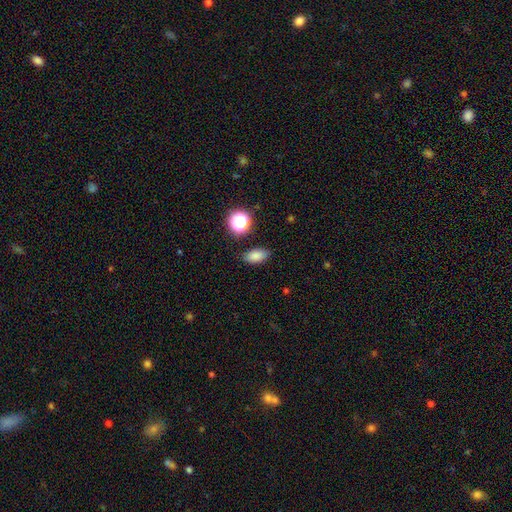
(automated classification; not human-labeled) A smooth galaxy with no disk features (81%) that is in between round and cigar-shaped (87%).

Vote fractions:
- Smooth or featured? smooth: 81% / star or artifact: 13% / featured or disk: 6%
- How rounded? in between: 87% / round: 10% / cigar-shaped: 4%
- Merging? none: 84% / minor disturbance: 11% / major disturbance: 3% / merger: 2%